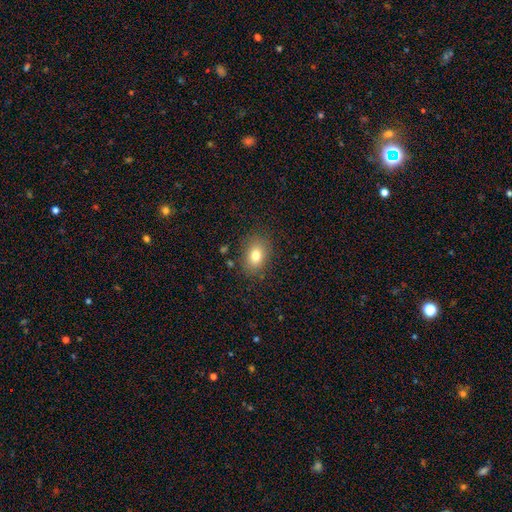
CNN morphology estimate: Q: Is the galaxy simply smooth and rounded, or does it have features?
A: smooth — 79%.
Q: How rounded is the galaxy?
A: in between — 70%.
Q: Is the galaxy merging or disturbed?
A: none — 83%.